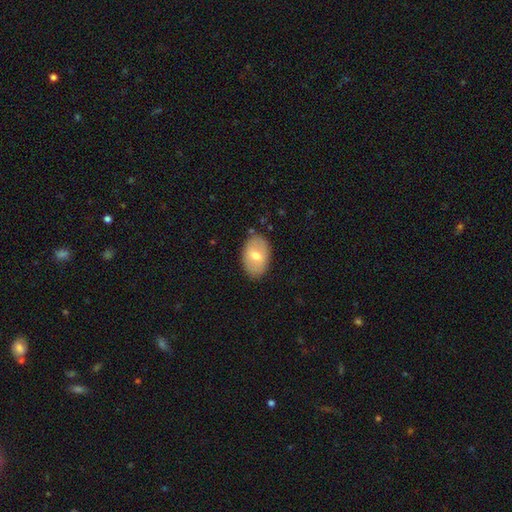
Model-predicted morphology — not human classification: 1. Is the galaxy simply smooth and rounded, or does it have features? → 63% smooth, 30% featured or disk, 6% star or artifact.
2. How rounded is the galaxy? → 89% in between, 10% round, 1% cigar-shaped.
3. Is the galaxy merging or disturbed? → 84% none, 12% minor disturbance, 3% major disturbance, 1% merger.